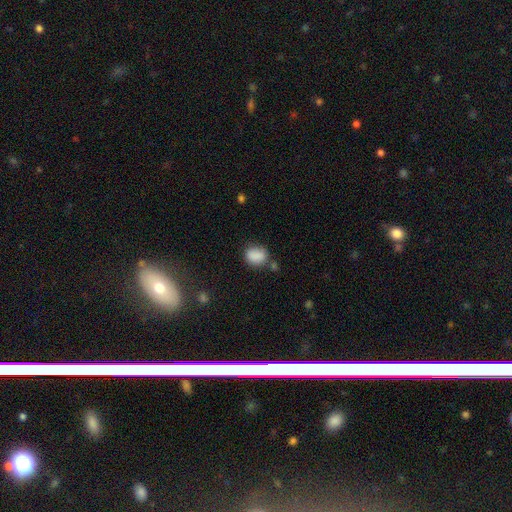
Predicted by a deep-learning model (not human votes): Overall: smooth (85%). How rounded: in between (56%; round 42%). Merging: none (65%).